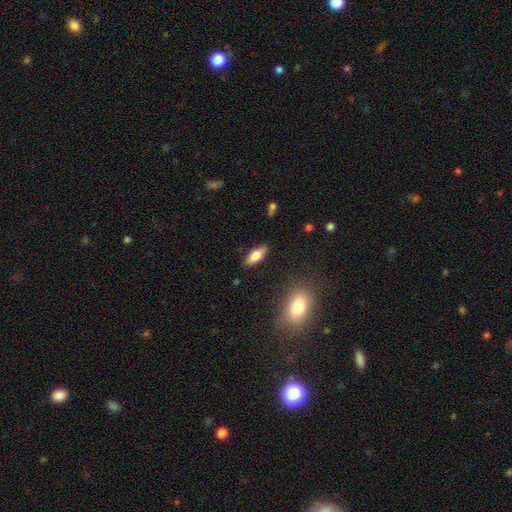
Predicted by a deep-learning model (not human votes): Smooth or featured?
  - smooth: 70% *
  - featured or disk: 24%
  - star or artifact: 7%
How rounded?
  - in between: 75% *
  - cigar-shaped: 22%
  - round: 2%
Merging?
  - none: 87% *
  - minor disturbance: 9%
  - major disturbance: 2%
  - merger: 2%